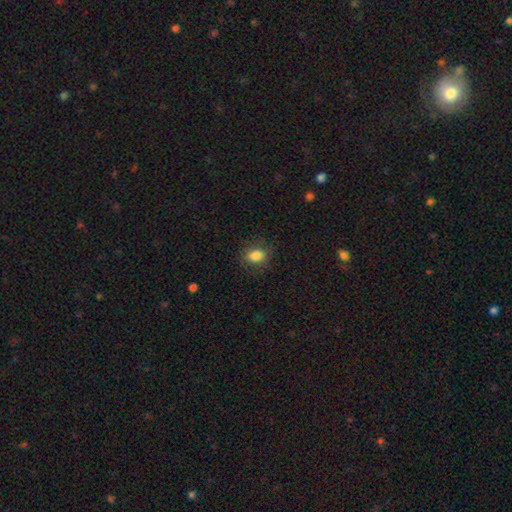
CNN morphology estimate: The model was most divided on "how rounded": in between: 71%, round: 27%, cigar-shaped: 2%. More confident: smooth or featured — smooth (84%); merging — none (80%).